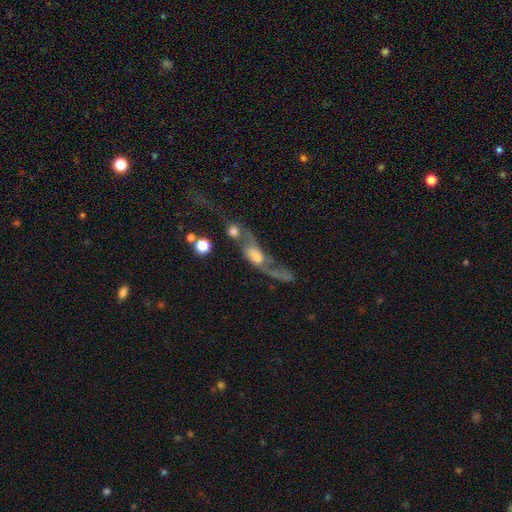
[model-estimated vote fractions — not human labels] Smooth or featured?
  - featured or disk: 63% *
  - smooth: 26%
  - star or artifact: 11%
Edge-on disk?
  - no: 75% *
  - yes: 25%
Merging?
  - merger: 40% *
  - major disturbance: 29%
  - none: 20%
  - minor disturbance: 11%